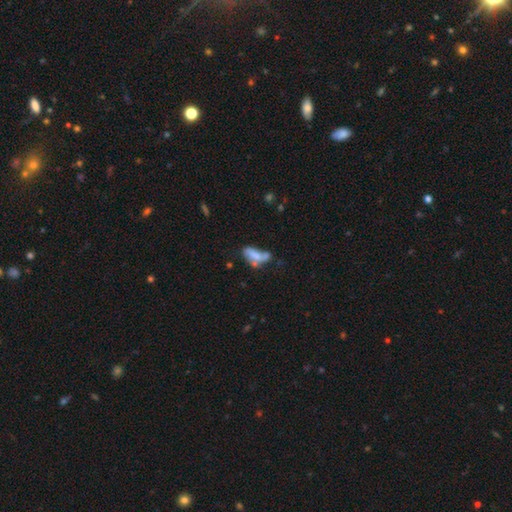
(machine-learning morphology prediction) This is possibly a smooth galaxy (60%). How rounded: likely in between (73%). Merging: marginally merger (29%).